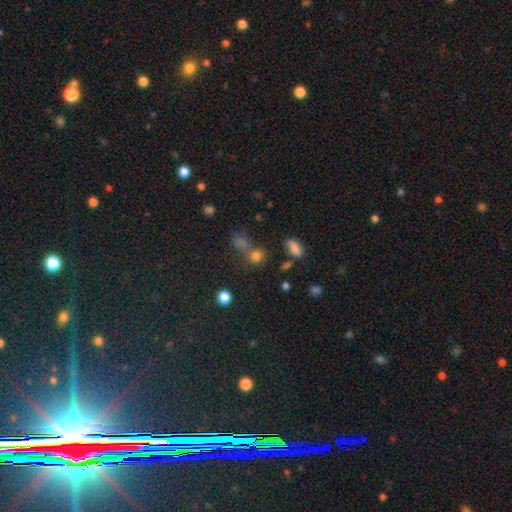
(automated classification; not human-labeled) A smooth galaxy with no disk features (74%) that is round (79%). Merging: none (54%).